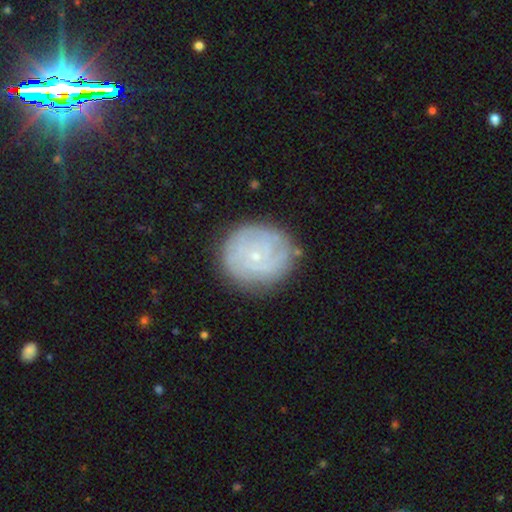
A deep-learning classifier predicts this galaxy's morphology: smooth_or_featured: featured or disk (p=0.62) [alt: smooth p=0.30]
disk_edge_on: no (p=0.98) [alt: yes p=0.02]
bar: no (p=0.80) [alt: weak p=0.17]
has_spiral_arms: yes (p=0.78) [alt: no p=0.22]
bulge_size: small (p=0.85) [alt: moderate p=0.11]
merging: none (p=0.81) [alt: minor disturbance p=0.14]